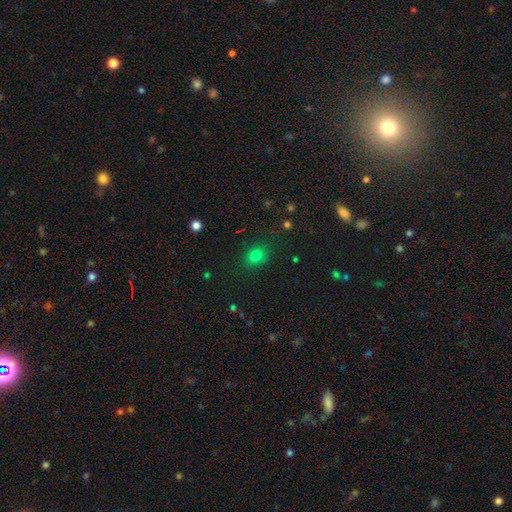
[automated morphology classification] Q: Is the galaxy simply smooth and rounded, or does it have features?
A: smooth — 78%.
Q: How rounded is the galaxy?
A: round — 56%.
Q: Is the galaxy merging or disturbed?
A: none — 84%.